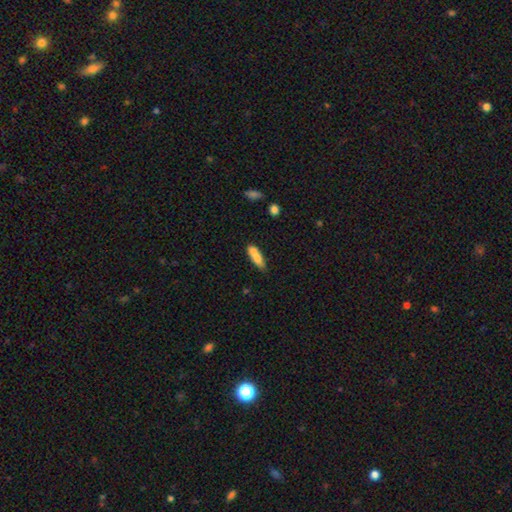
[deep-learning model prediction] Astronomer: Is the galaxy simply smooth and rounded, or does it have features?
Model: smooth — 72%.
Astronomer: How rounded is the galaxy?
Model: cigar-shaped — 57% (runner-up: in between, 41%).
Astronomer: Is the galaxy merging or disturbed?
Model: none — 44% (runner-up: merger, 33%).